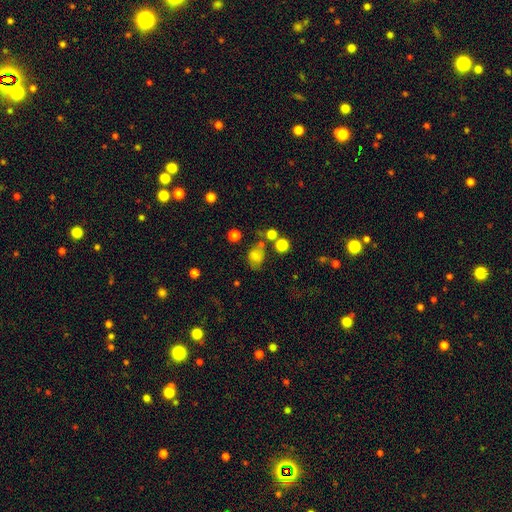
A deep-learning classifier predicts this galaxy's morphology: This is likely a smooth galaxy (71%). How rounded: possibly in between (59%). Merging: possibly none (53%).